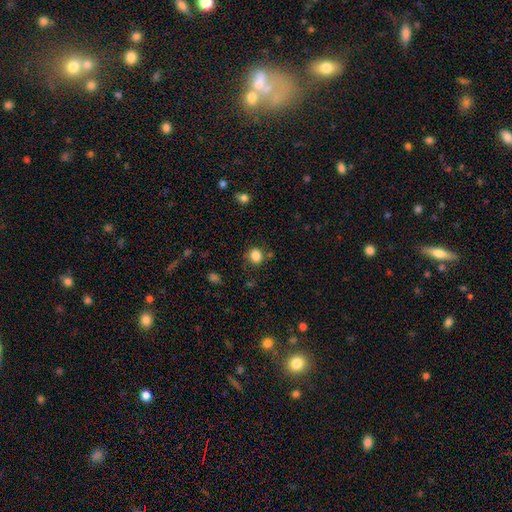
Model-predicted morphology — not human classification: This appears to be a smooth galaxy with no disk features (84%) that is round (66%). Merging: none (74%).